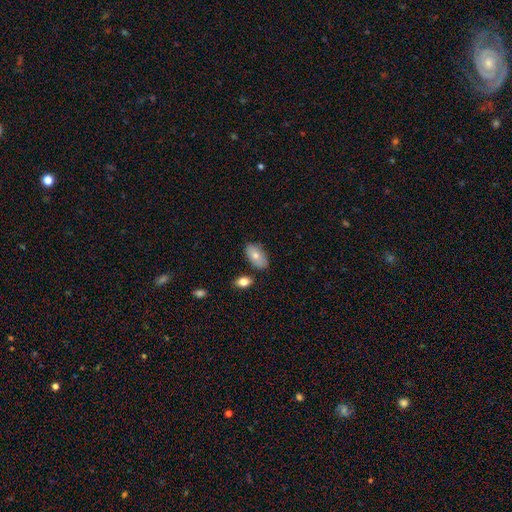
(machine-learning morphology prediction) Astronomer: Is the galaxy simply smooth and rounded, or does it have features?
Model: smooth — 73%.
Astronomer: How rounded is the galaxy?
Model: in between — 94%.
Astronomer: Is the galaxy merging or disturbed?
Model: none — 76%.